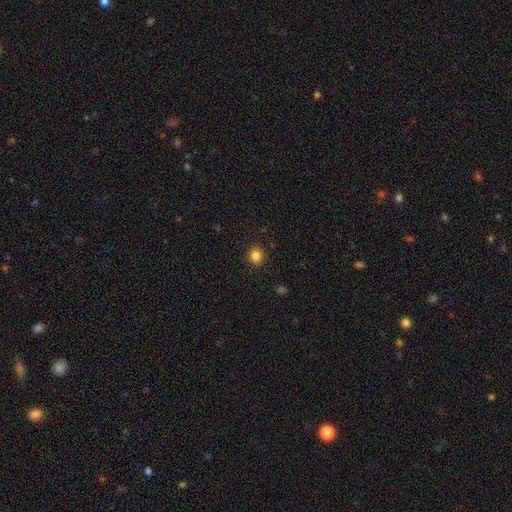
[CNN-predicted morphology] Smooth or featured?
  - smooth: 85% *
  - star or artifact: 12%
  - featured or disk: 4%
How rounded?
  - round: 71% *
  - in between: 28%
  - cigar-shaped: 1%
Merging?
  - none: 89% *
  - minor disturbance: 8%
  - major disturbance: 2%
  - merger: 1%